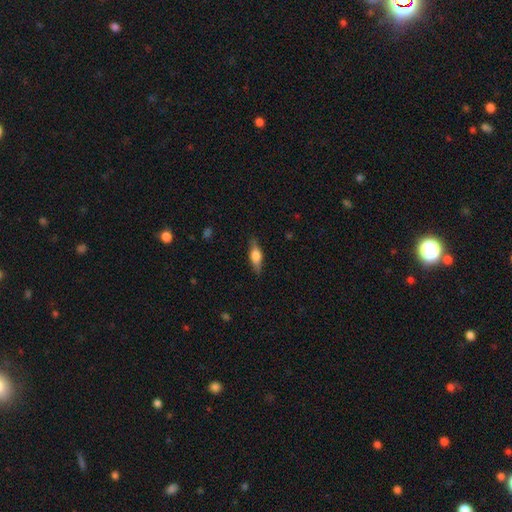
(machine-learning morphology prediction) Overall: smooth (49%; featured or disk 44%). Merging: none (82%).